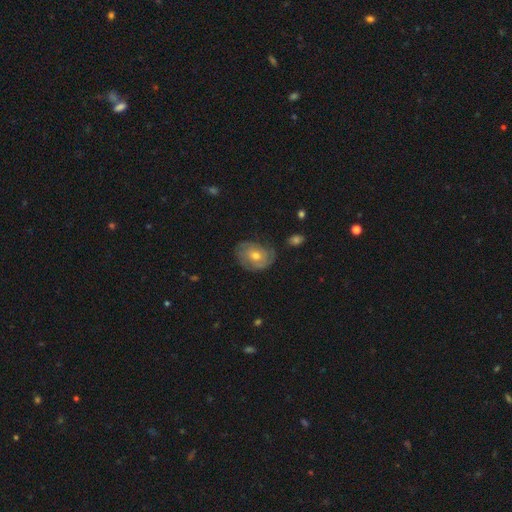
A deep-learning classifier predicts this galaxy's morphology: featured or disk 55%, smooth 36%, star or artifact 9%. Down the decision tree: edge-on disk — no (95%); bar — no (77%); spiral arms — yes (71%); bulge size — moderate (67%); merging — none (67%).